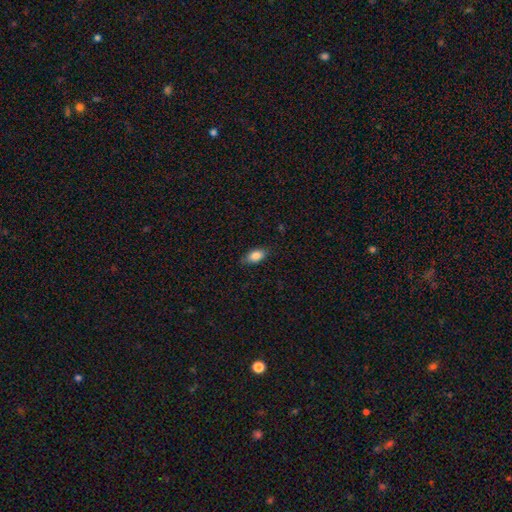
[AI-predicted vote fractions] This is clearly a smooth galaxy (86%). How rounded: clearly in between (89%). Merging: likely none (79%).